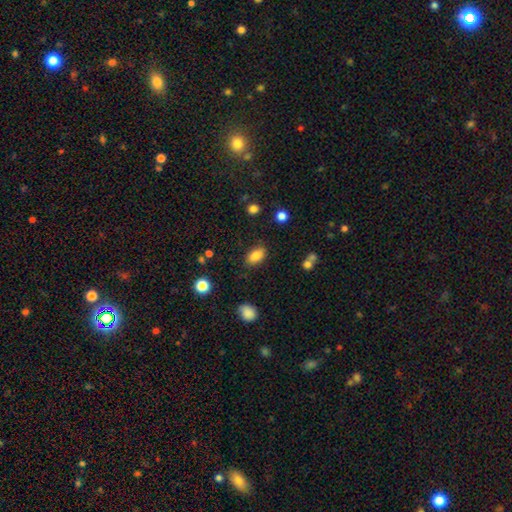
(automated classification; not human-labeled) A smooth galaxy with no disk features (83%) that is in between round and cigar-shaped (89%). Merging: none (81%).